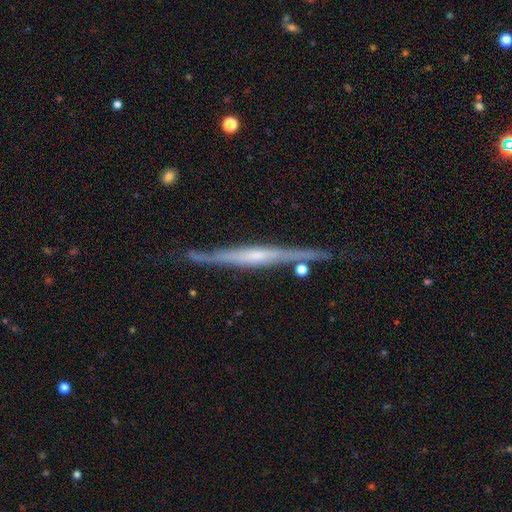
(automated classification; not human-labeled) Smooth or featured: featured or disk — 77% (smooth — 17%)
Edge-on disk: yes — 96% (no — 4%)
Edge-on bulge: none — 46% (rounded — 40%)
Merging: none — 77% (minor disturbance — 16%)